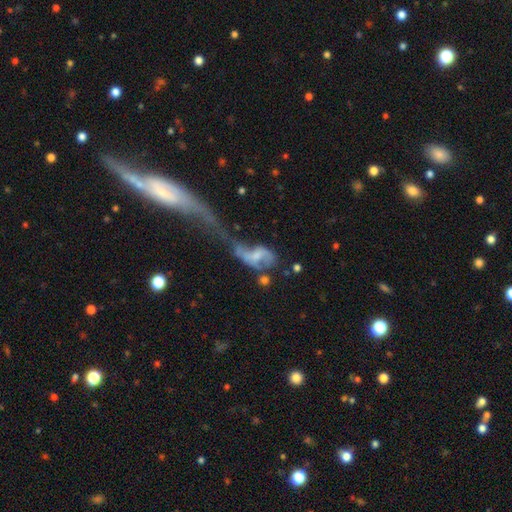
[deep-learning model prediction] Q: Smooth or featured?
A: featured or disk (59%); runner-up: smooth (30%)
Q: Edge-on disk?
A: no (94%); runner-up: yes (6%)
Q: Bar?
A: no (55%); runner-up: weak (33%)
Q: Spiral arms?
A: yes (56%); runner-up: no (44%)
Q: Bulge size?
A: none (34%); runner-up: small (32%)
Q: Merging?
A: merger (45%); runner-up: major disturbance (38%)